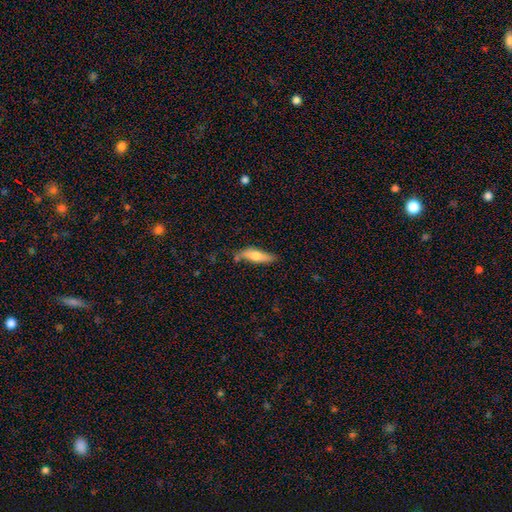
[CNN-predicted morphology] The model was most divided on "how rounded": cigar-shaped: 59%, in between: 39%, round: 2%. More confident: merging — none (66%); smooth or featured — smooth (61%).